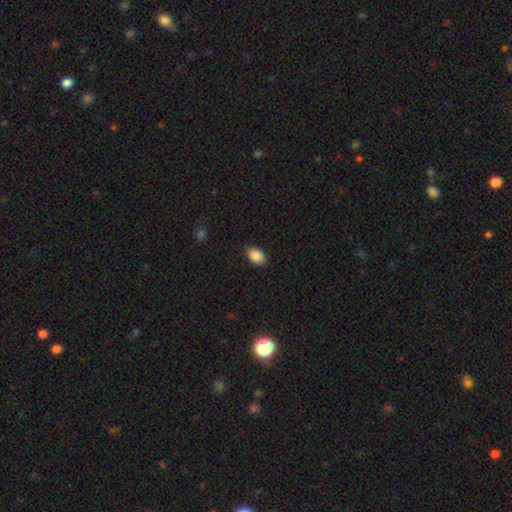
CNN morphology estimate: Smooth or featured? Predicted: smooth (p=0.89). How rounded? Predicted: in between (p=0.87). Merging? Predicted: none (p=0.85).